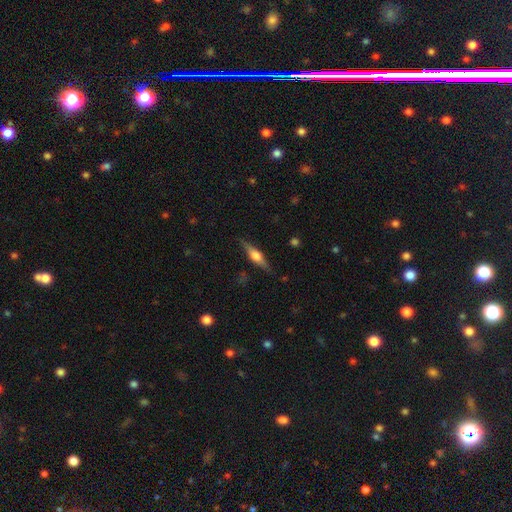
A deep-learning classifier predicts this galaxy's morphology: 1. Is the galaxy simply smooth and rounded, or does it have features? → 67% featured or disk, 26% smooth, 6% star or artifact.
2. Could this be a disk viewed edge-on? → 96% yes, 4% no.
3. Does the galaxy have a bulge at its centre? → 88% rounded, 10% boxy, 2% none.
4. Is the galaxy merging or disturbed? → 85% none, 11% minor disturbance, 2% major disturbance, 1% merger.